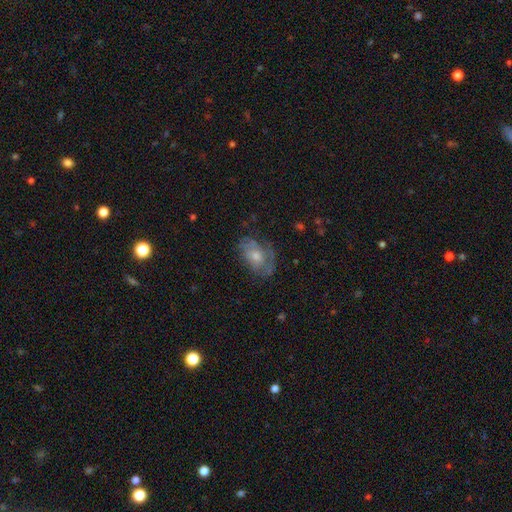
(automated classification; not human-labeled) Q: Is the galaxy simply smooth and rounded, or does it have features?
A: featured or disk — 57%.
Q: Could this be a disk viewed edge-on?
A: no — 95%.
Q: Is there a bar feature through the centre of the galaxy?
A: no — 79%.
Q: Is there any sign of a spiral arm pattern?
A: yes — 67%.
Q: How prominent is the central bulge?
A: moderate — 51%.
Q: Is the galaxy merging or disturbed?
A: none — 63%.